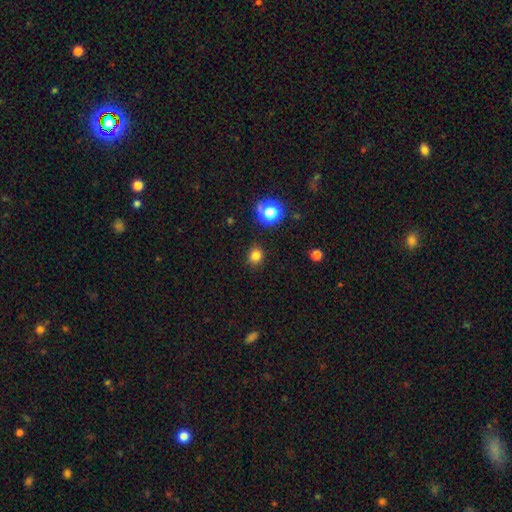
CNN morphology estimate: Q: Smooth or featured?
A: smooth (79%); runner-up: star or artifact (16%)
Q: How rounded?
A: round (74%); runner-up: in between (25%)
Q: Merging?
A: none (88%); runner-up: minor disturbance (8%)